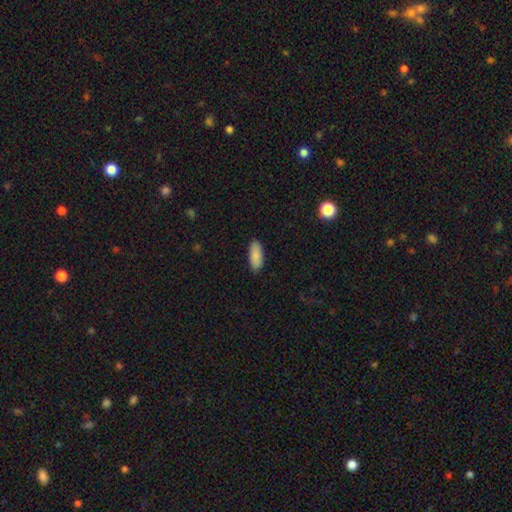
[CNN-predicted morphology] A smooth galaxy with no disk features (89%) that is in between round and cigar-shaped (79%). Merging: none (89%).